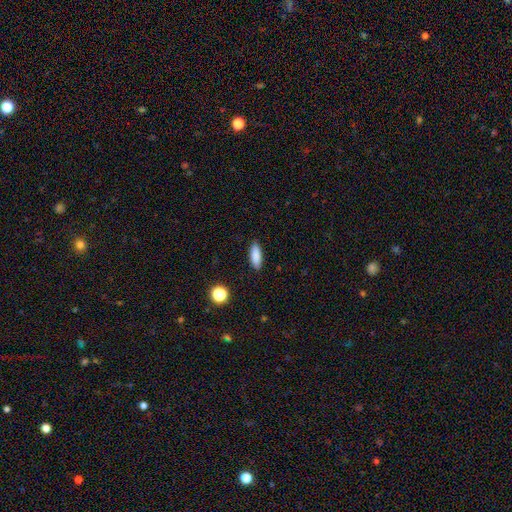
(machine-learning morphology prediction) Overall: smooth (86%). How rounded: in between (66%; cigar-shaped 32%). Merging: none (88%).